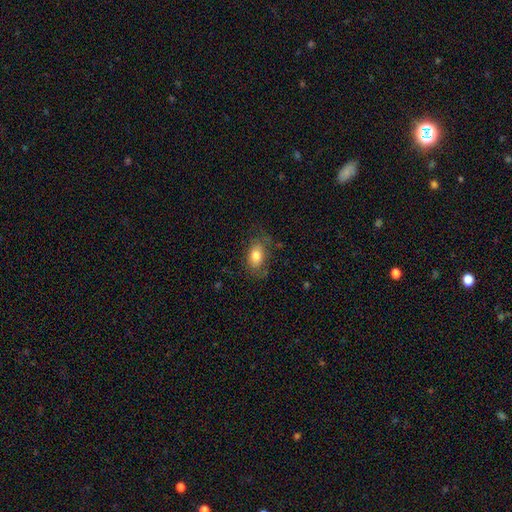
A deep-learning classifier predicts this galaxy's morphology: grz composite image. It shows a smooth galaxy with no disk features (77%) that is in between round and cigar-shaped (86%). Merging: none (71%).